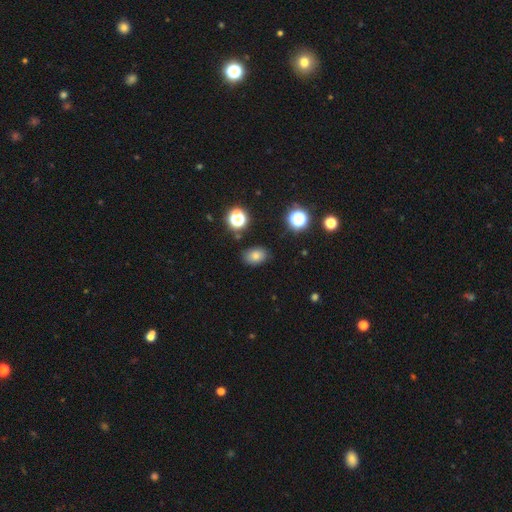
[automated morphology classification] A smooth galaxy with no disk features (75%) that is in between round and cigar-shaped (75%). Merging: none (83%).